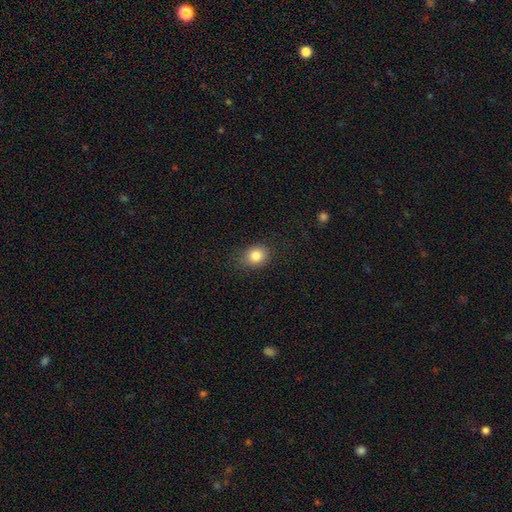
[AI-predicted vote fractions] Smooth or featured? smooth (83%)
How rounded? round (54%)
Merging? none (81%)